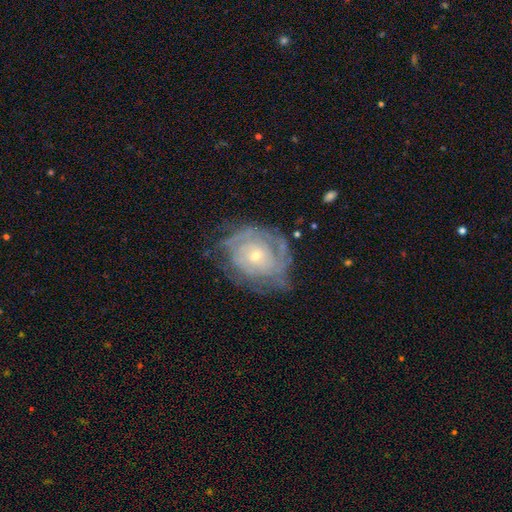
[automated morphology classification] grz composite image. It shows a featured or disk galaxy (78%) with no bar (80%), tight (74%) spiral arms (84%) and a small central bulge (69%). Merging: none (63%).